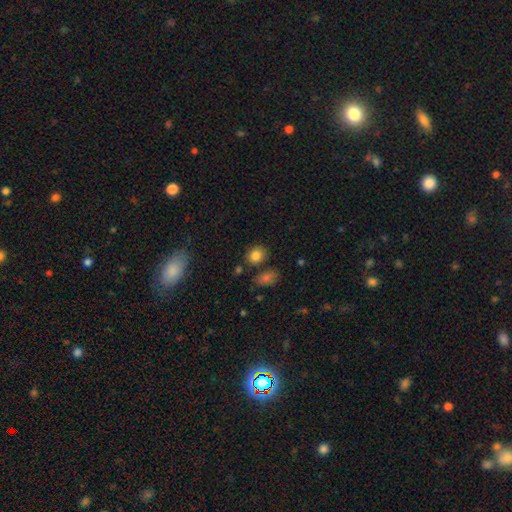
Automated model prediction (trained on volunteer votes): Smooth or featured?
  - smooth: 83% *
  - star or artifact: 10%
  - featured or disk: 7%
How rounded?
  - round: 52% *
  - in between: 47%
  - cigar-shaped: 1%
Merging?
  - none: 75% *
  - minor disturbance: 12%
  - merger: 9%
  - major disturbance: 3%